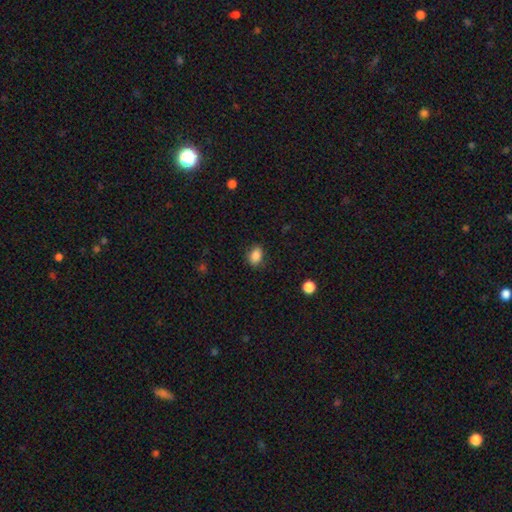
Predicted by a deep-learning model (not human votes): Smooth or featured? smooth (87%)
How rounded? in between (77%)
Merging? none (83%)